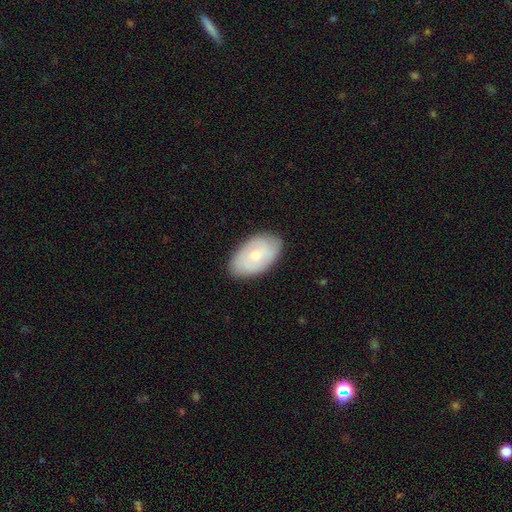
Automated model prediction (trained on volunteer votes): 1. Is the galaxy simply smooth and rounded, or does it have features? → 59% smooth, 35% featured or disk, 6% star or artifact.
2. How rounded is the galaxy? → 92% in between, 6% round, 1% cigar-shaped.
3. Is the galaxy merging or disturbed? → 84% none, 13% minor disturbance, 3% major disturbance, 1% merger.